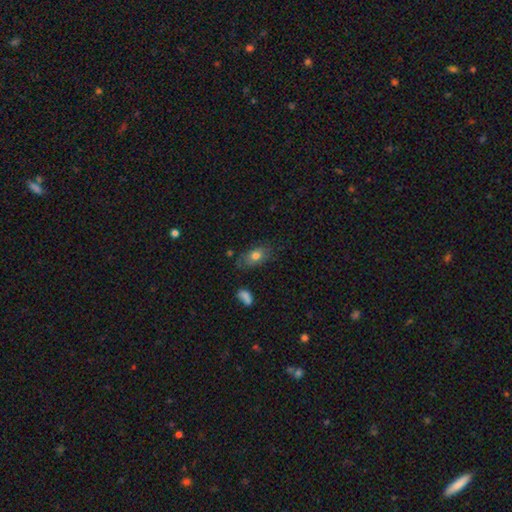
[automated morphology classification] Q: Smooth or featured?
A: smooth (75%); runner-up: featured or disk (16%)
Q: How rounded?
A: in between (84%); runner-up: round (12%)
Q: Merging?
A: none (71%); runner-up: minor disturbance (21%)